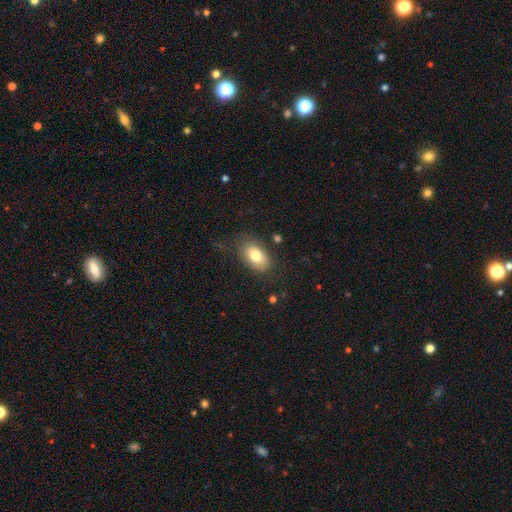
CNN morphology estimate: This appears to be a smooth galaxy with no disk features (78%) that is in between round and cigar-shaped (89%). Merging: none (75%).